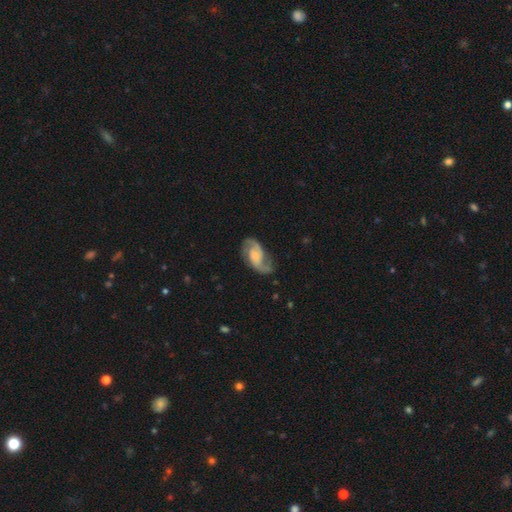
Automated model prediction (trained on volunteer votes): Smooth or featured? Predicted: featured or disk (p=0.84). Edge-on disk? Predicted: no (p=0.97). Bar? Predicted: no (p=0.55). Spiral arms? Predicted: yes (p=0.96). Spiral winding? Predicted: medium (p=0.50). Spiral arm count? Predicted: 2 (p=0.90). Bulge size? Predicted: small (p=0.42). Merging? Predicted: none (p=0.68).